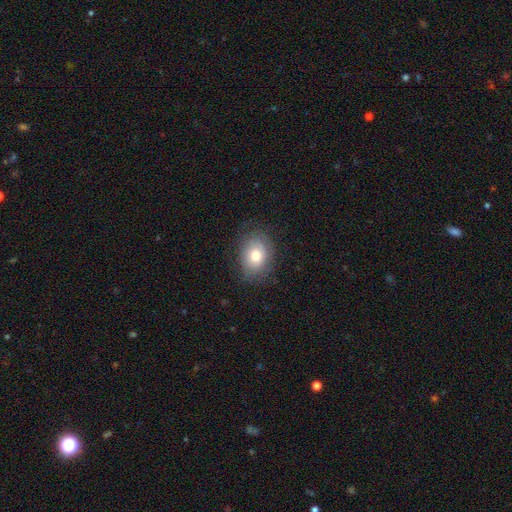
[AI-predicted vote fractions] A smooth galaxy with no disk features (70%) that is in between round and cigar-shaped (62%).

Vote fractions:
- Smooth or featured? smooth: 70% / featured or disk: 21% / star or artifact: 9%
- How rounded? in between: 62% / round: 37% / cigar-shaped: 1%
- Merging? none: 77% / minor disturbance: 16% / major disturbance: 6% / merger: 1%